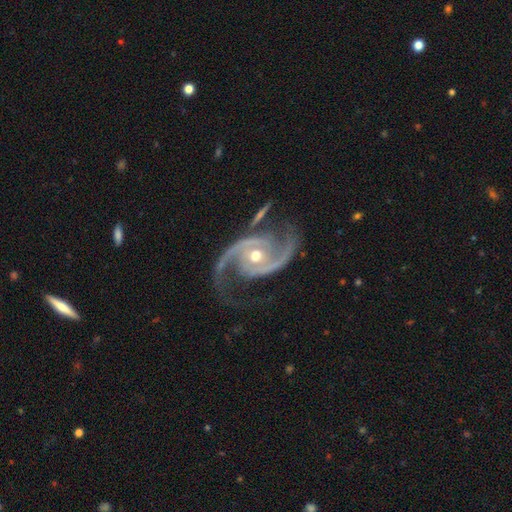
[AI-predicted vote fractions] smooth_or_featured: featured or disk (p=0.93) [alt: star or artifact p=0.04]
disk_edge_on: no (p=0.98) [alt: yes p=0.02]
bar: no (p=0.60) [alt: weak p=0.26]
has_spiral_arms: yes (p=0.98) [alt: no p=0.02]
spiral_winding: medium (p=0.59) [alt: tight p=0.20]
spiral_arm_count: 2 (p=0.91) [alt: 3 p=0.03]
bulge_size: moderate (p=0.72) [alt: small p=0.22]
merging: none (p=0.68) [alt: minor disturbance p=0.19]